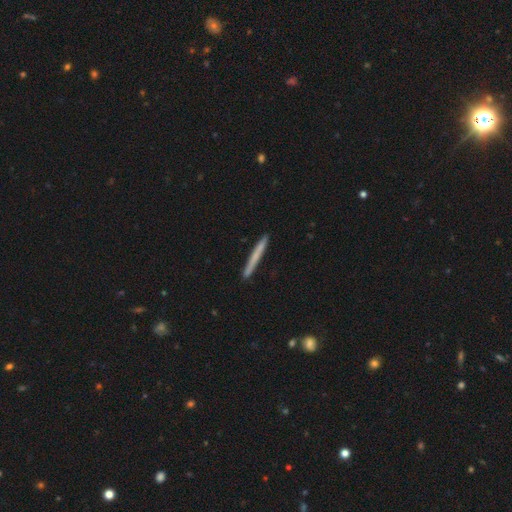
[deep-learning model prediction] The model was most divided on "smooth or featured": smooth: 63%, featured or disk: 31%, star or artifact: 6%. More confident: how rounded — cigar-shaped (97%); merging — none (91%).